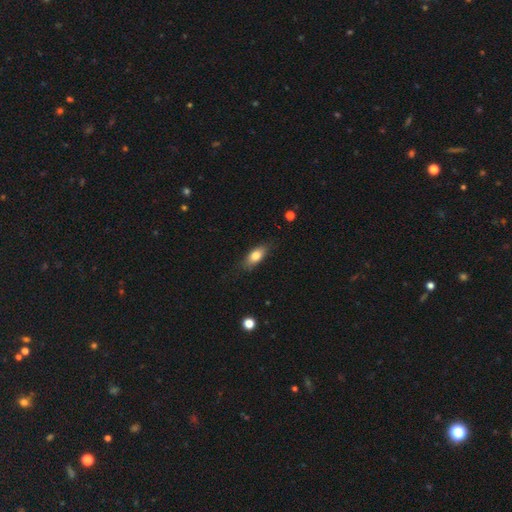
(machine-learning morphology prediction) Smooth or featured? smooth (78%)
How rounded? in between (80%)
Merging? none (80%)